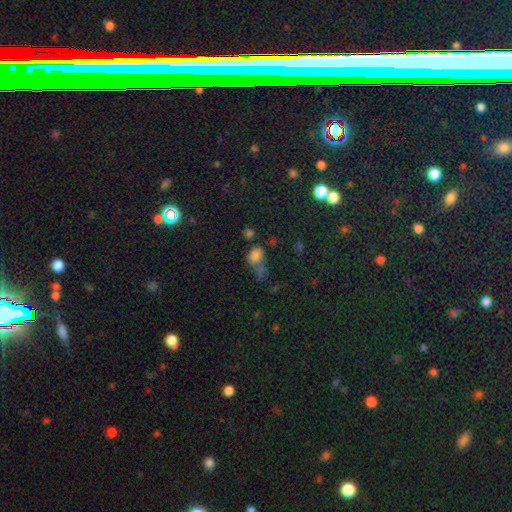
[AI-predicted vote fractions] smooth 68%, star or artifact 24%, featured or disk 8%. Down the decision tree: how rounded — in between (58%); merging — none (40%).